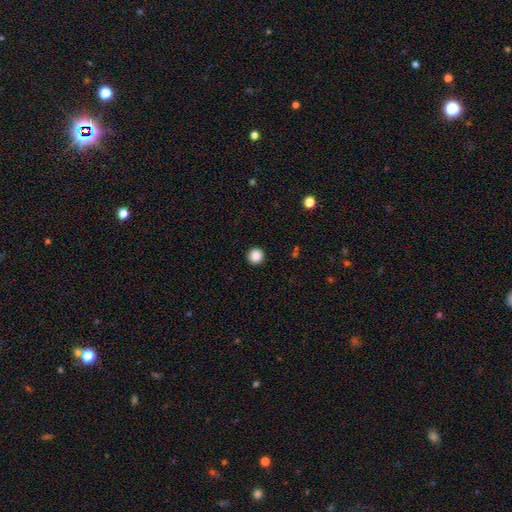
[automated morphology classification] Smooth or featured?
  - smooth: 87% *
  - star or artifact: 10%
  - featured or disk: 3%
How rounded?
  - round: 96% *
  - in between: 3%
  - cigar-shaped: 1%
Merging?
  - none: 94% *
  - minor disturbance: 4%
  - major disturbance: 1%
  - merger: 1%